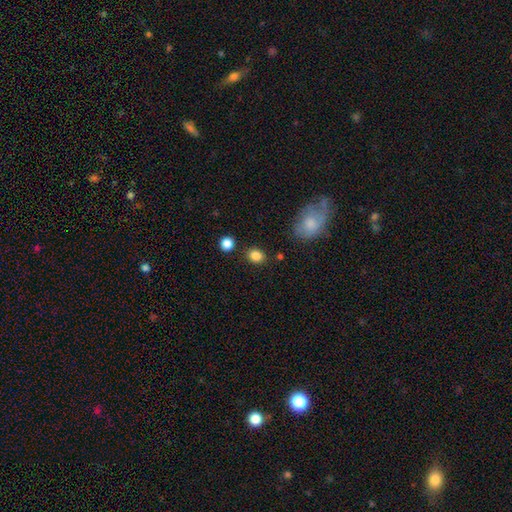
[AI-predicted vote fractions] Smooth or featured: smooth — 85% (star or artifact — 10%)
How rounded: round — 54% (in between — 45%)
Merging: none — 82% (minor disturbance — 10%)